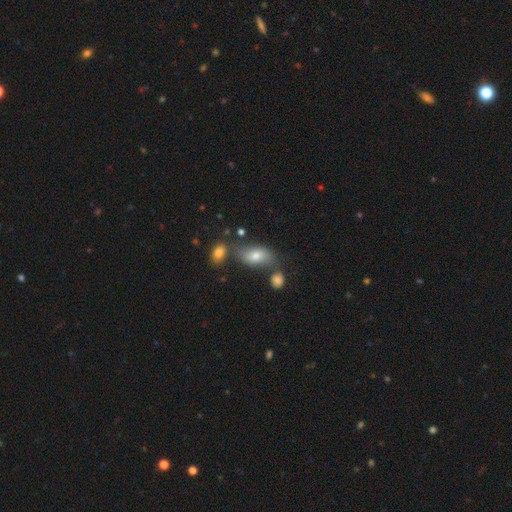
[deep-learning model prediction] A smooth galaxy with no disk features (72%) that is in between round and cigar-shaped (89%). Merging: none (64%).